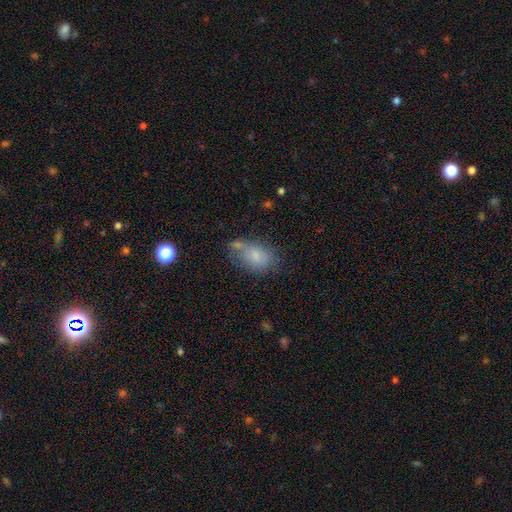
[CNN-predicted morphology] Smooth or featured?
  - smooth: 75% *
  - featured or disk: 15%
  - star or artifact: 10%
How rounded?
  - in between: 81% *
  - round: 17%
  - cigar-shaped: 2%
Merging?
  - none: 45% *
  - minor disturbance: 25%
  - merger: 19%
  - major disturbance: 10%